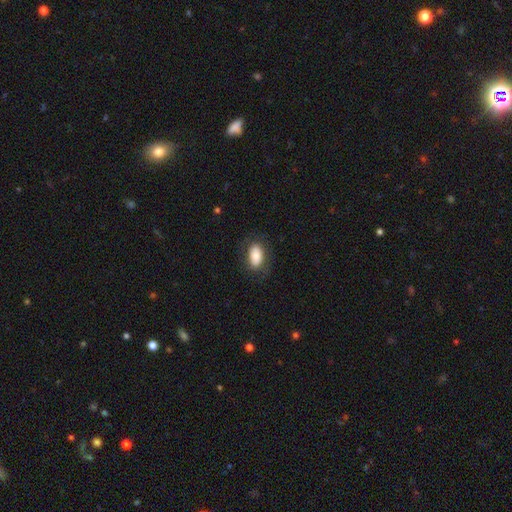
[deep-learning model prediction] Smooth or featured: smooth — 78% (featured or disk — 15%)
How rounded: in between — 91% (round — 7%)
Merging: none — 79% (minor disturbance — 14%)